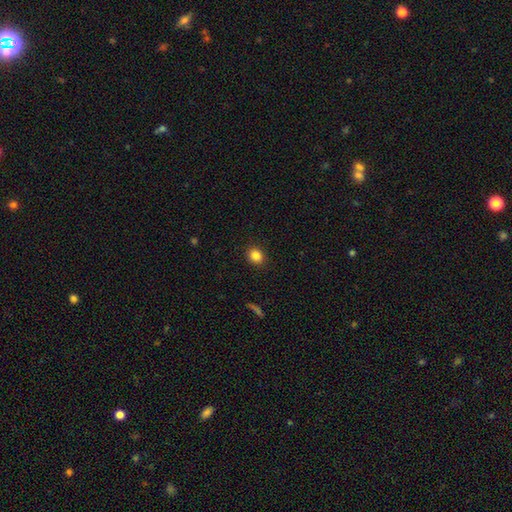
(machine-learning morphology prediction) type=smooth (84%); roundness=round (74%); merging=none (91%).